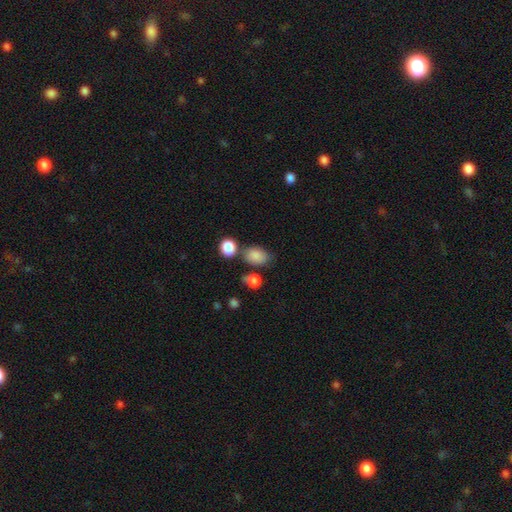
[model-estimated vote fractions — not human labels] Smooth or featured?
  - smooth: 85% *
  - star or artifact: 10%
  - featured or disk: 5%
How rounded?
  - in between: 75% *
  - round: 24%
  - cigar-shaped: 1%
Merging?
  - none: 65% *
  - minor disturbance: 19%
  - merger: 11%
  - major disturbance: 6%